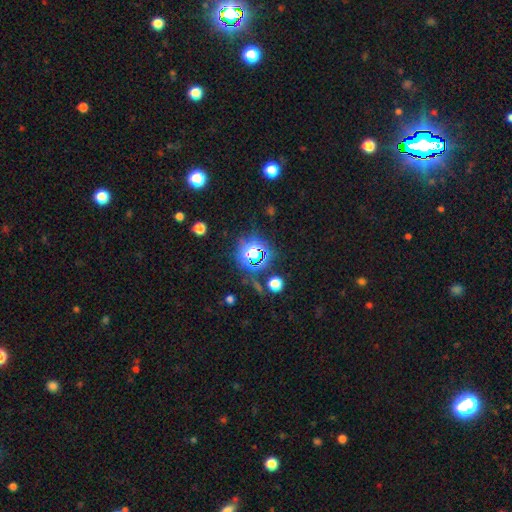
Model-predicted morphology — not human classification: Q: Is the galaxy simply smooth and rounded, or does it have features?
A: star or artifact — 64%.